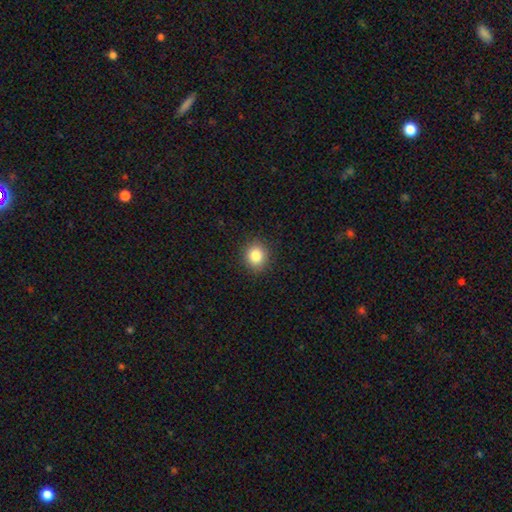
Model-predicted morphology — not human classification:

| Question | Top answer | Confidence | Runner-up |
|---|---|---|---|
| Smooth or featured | smooth | 84% | star or artifact (10%) |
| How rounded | round | 82% | in between (17%) |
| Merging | none | 90% | minor disturbance (7%) |